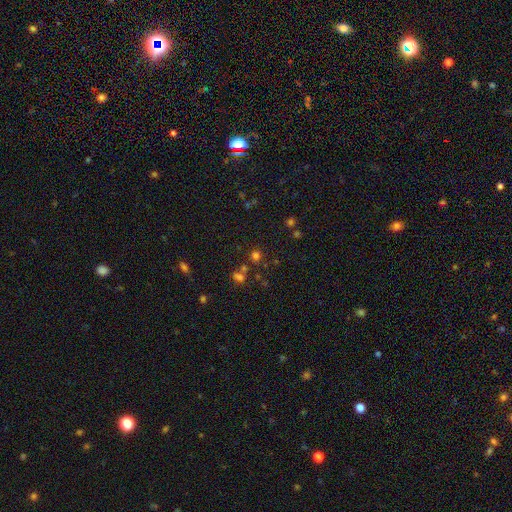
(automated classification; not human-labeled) Smooth or featured?
  - smooth: 61% *
  - star or artifact: 32%
  - featured or disk: 7%
How rounded?
  - round: 85% *
  - in between: 14%
  - cigar-shaped: 1%
Merging?
  - none: 73% *
  - merger: 14%
  - minor disturbance: 9%
  - major disturbance: 4%